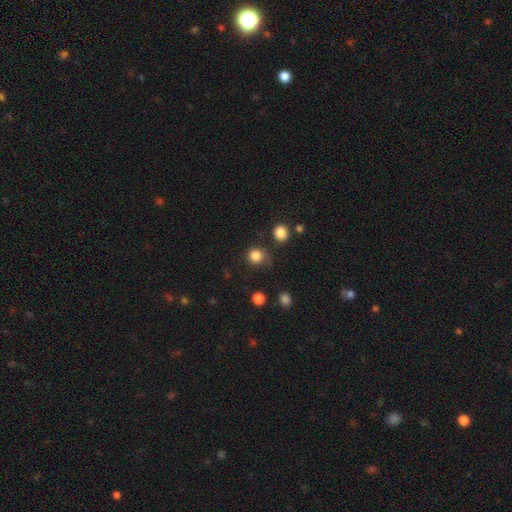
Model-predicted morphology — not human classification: A smooth galaxy with no disk features (83%) that is round (85%).

Vote fractions:
- Smooth or featured? smooth: 83% / star or artifact: 12% / featured or disk: 5%
- How rounded? round: 85% / in between: 14% / cigar-shaped: 1%
- Merging? none: 67% / minor disturbance: 21% / major disturbance: 8% / merger: 5%